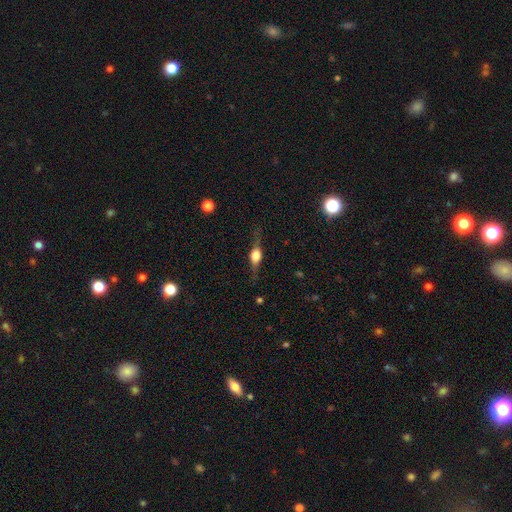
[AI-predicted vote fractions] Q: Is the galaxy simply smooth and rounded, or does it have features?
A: featured or disk — 68%.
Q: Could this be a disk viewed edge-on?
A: yes — 95%.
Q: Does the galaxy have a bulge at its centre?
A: rounded — 92%.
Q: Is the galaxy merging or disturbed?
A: none — 81%.